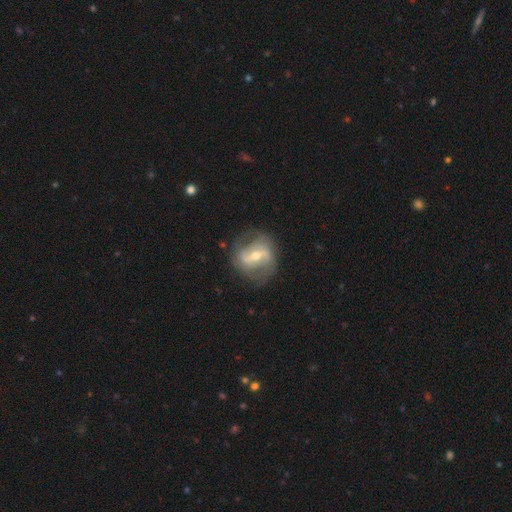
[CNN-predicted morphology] A featured or disk galaxy (79%) with a strong bar (43%), 2 (80%) medium (43%) spiral arms (84%) and a moderate central bulge (59%). Merging: none (72%).